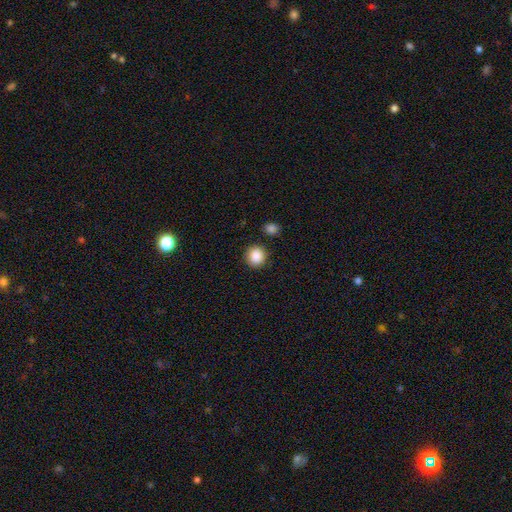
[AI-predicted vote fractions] smooth_or_featured: smooth (p=0.88) [alt: star or artifact p=0.08]
how_rounded: round (p=0.88) [alt: in between p=0.11]
merging: none (p=0.86) [alt: minor disturbance p=0.08]